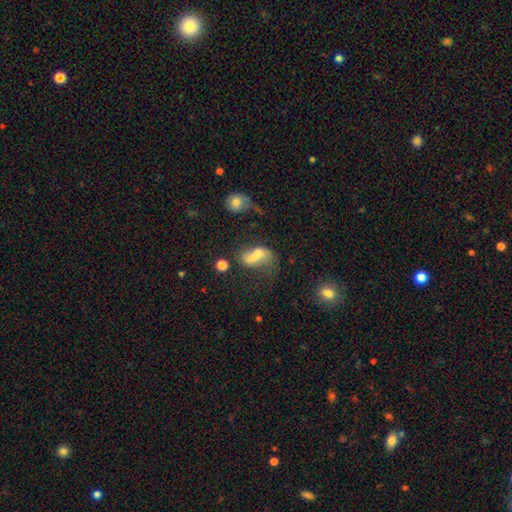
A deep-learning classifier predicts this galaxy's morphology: This is marginally a featured or disk galaxy (45%). Merging: marginally merger (31%).